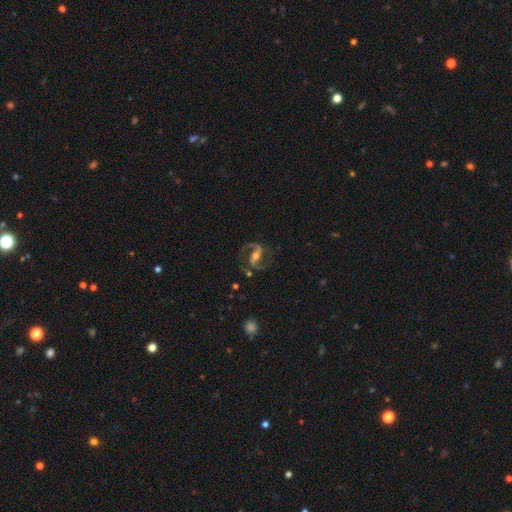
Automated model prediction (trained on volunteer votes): A featured or disk galaxy (90%) with a strong bar (43%), 2 (94%) medium (55%) spiral arms (98%) and a moderate central bulge (59%). Merging: none (76%).